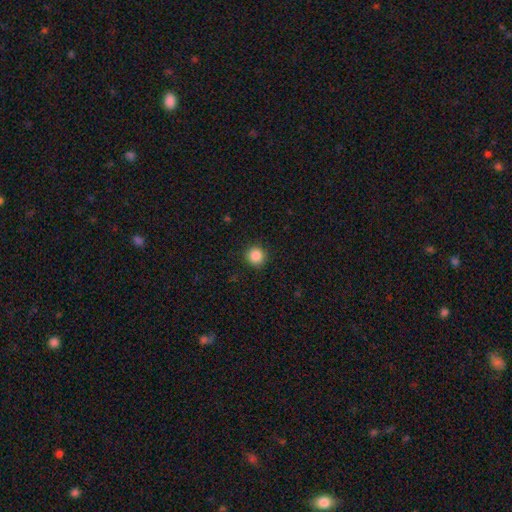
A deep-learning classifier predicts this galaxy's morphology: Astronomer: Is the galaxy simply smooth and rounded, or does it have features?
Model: smooth — 87%.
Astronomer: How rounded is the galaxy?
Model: round — 94%.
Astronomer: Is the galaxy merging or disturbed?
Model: none — 91%.